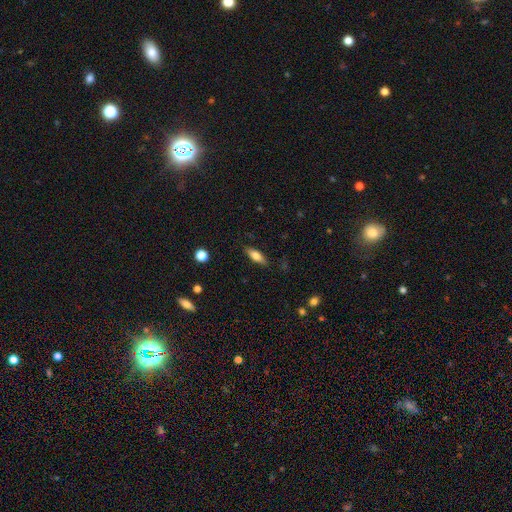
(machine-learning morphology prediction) Smooth or featured: smooth — 76% (featured or disk — 16%)
How rounded: in between — 70% (cigar-shaped — 27%)
Merging: none — 84% (minor disturbance — 12%)